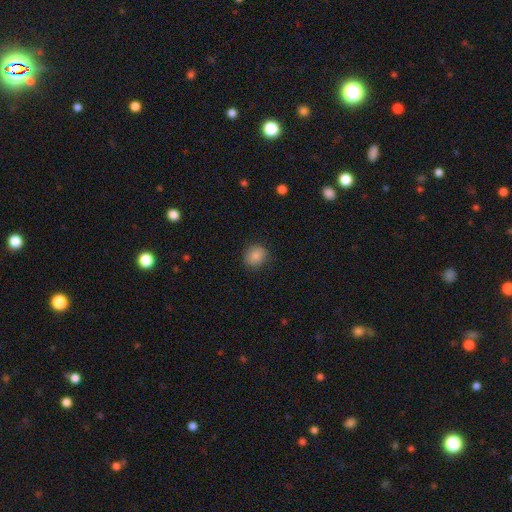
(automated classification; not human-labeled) Smooth or featured: smooth — 84% (star or artifact — 10%)
How rounded: round — 78% (in between — 21%)
Merging: none — 87% (minor disturbance — 9%)